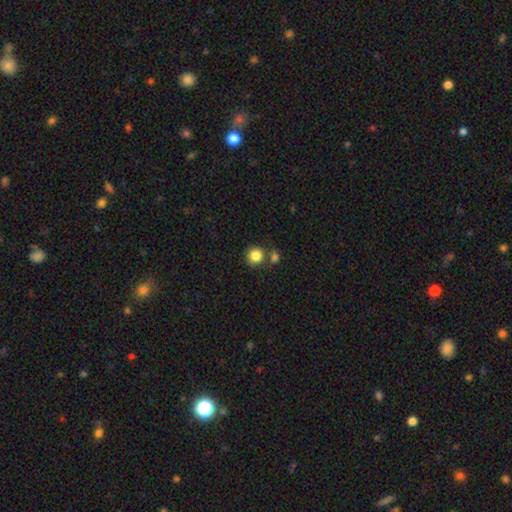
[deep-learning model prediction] Smooth or featured? Predicted: smooth (p=0.85). How rounded? Predicted: round (p=0.91). Merging? Predicted: none (p=0.69).